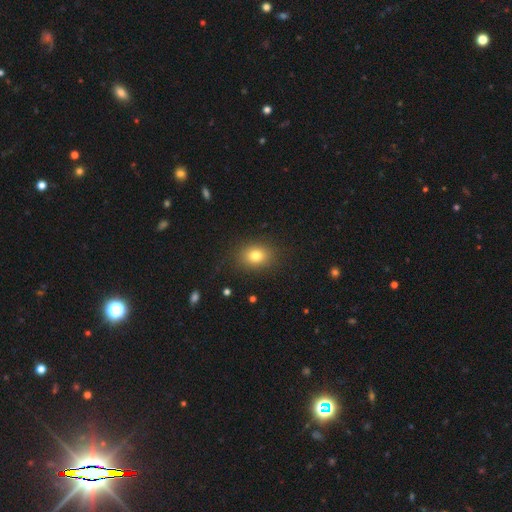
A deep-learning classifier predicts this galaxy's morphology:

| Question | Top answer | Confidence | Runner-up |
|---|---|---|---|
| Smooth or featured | smooth | 79% | star or artifact (12%) |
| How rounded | in between | 55% | round (44%) |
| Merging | none | 86% | minor disturbance (9%) |